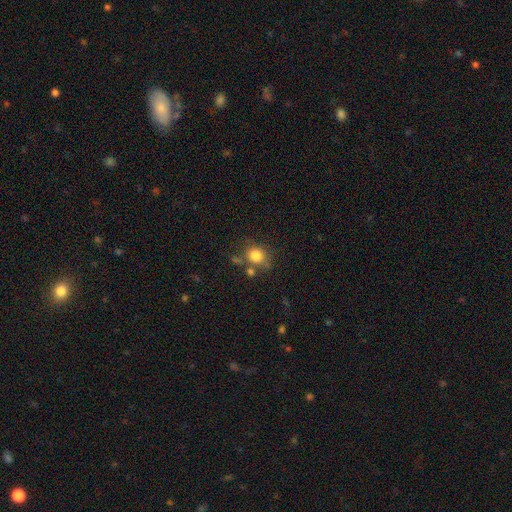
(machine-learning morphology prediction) smooth-or-featured: smooth: 81% | star or artifact: 11% | featured or disk: 8%
  how-rounded: round: 76% | in between: 23% | cigar-shaped: 1%
  merging: none: 62% | minor disturbance: 17% | merger: 14% | major disturbance: 7%